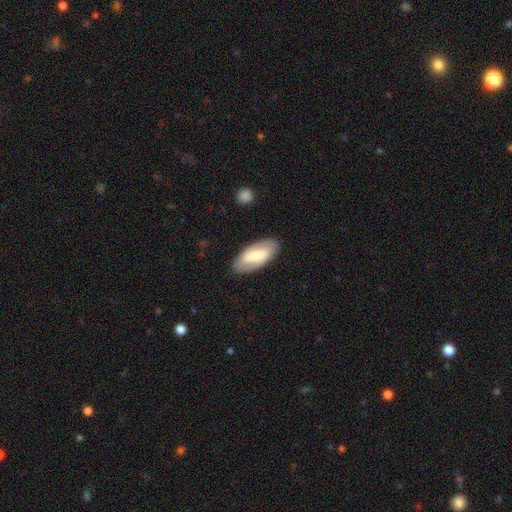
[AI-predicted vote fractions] smooth_or_featured: smooth (p=0.50) [alt: featured or disk p=0.45]
merging: none (p=0.85) [alt: minor disturbance p=0.10]